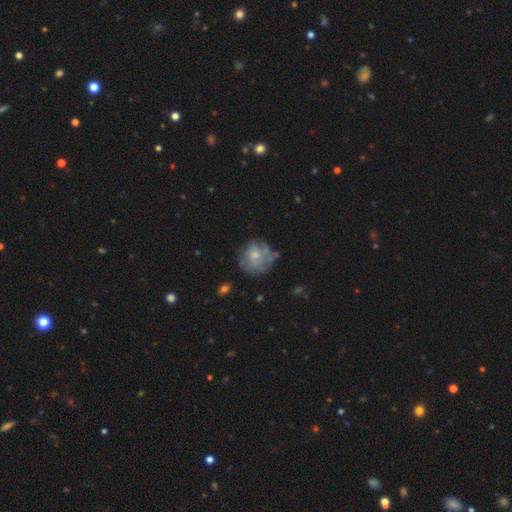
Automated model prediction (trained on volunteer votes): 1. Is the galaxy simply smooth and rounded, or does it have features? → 49% featured or disk, 42% smooth, 8% star or artifact.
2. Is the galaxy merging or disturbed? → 55% none, 26% minor disturbance, 16% major disturbance, 3% merger.